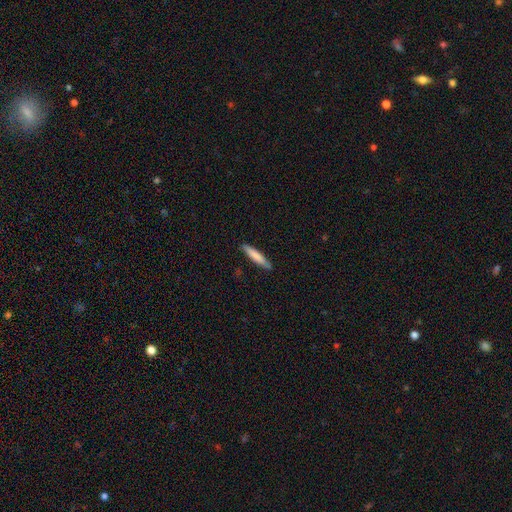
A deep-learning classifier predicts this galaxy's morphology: Overall: smooth (77%). How rounded: cigar-shaped (91%). Merging: none (88%).